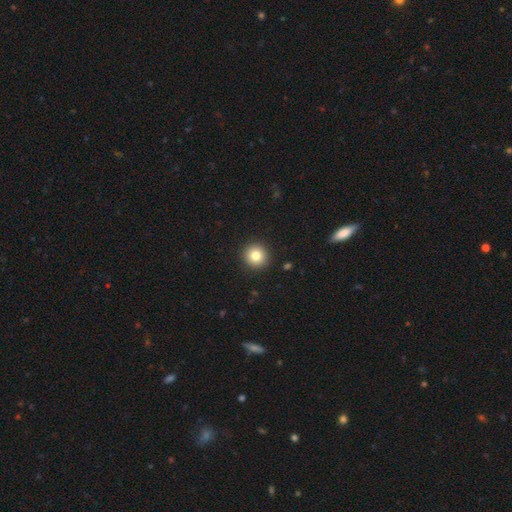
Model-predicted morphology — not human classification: The model was most divided on "smooth or featured": smooth: 81%, star or artifact: 11%, featured or disk: 8%. More confident: how rounded — round (95%); merging — none (93%).